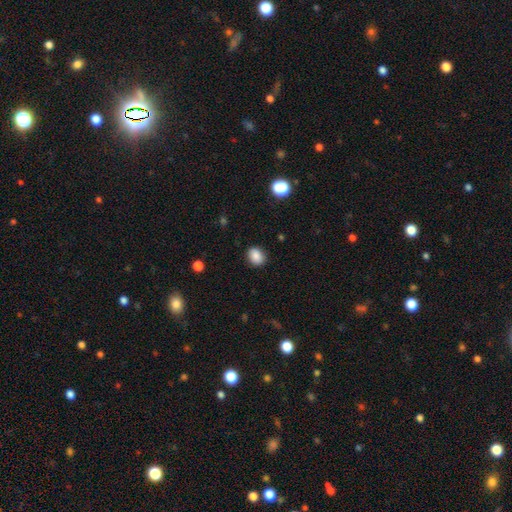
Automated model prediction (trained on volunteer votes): Smooth or featured? smooth (86%)
How rounded? round (53%)
Merging? none (87%)